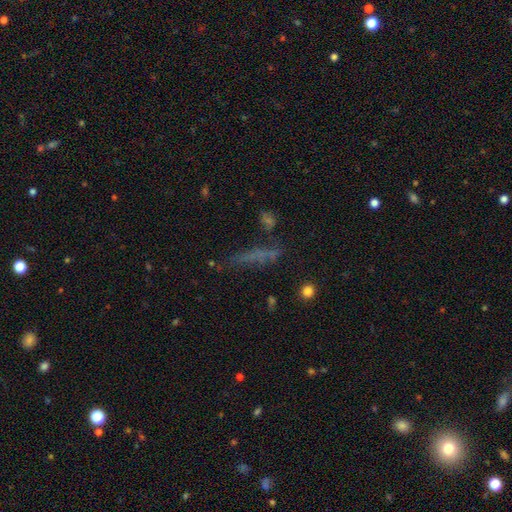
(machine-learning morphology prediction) This appears to be a smooth galaxy with no disk features (52%) that is cigar-shaped (78%). Merging: none (57%).